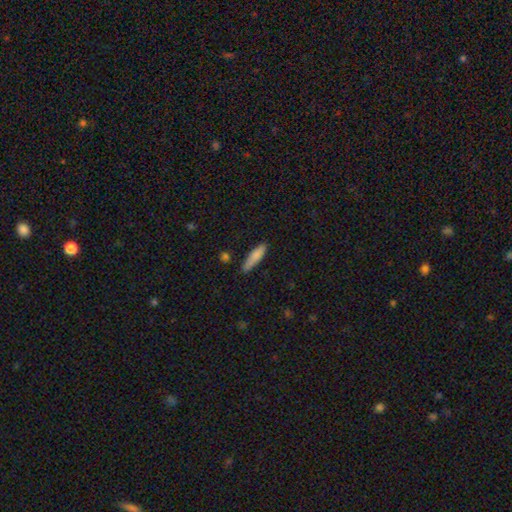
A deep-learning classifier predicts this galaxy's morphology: This appears to be a smooth galaxy with no disk features (82%) that is cigar-shaped (73%). Merging: none (76%).